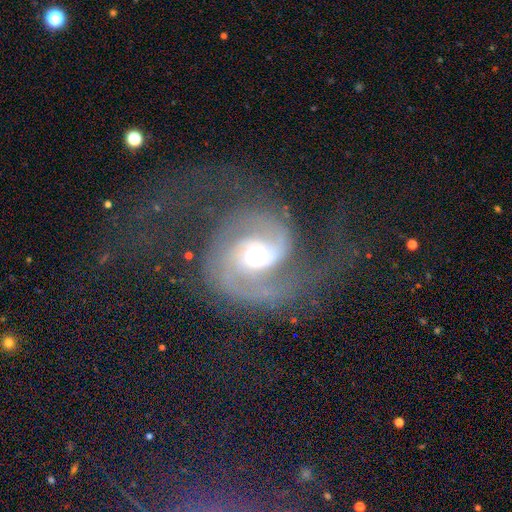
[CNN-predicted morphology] Smooth or featured? Predicted: featured or disk (p=0.88). Edge-on disk? Predicted: no (p=0.98). Bar? Predicted: no (p=0.52). Spiral arms? Predicted: yes (p=0.97). Spiral winding? Predicted: medium (p=0.52). Spiral arm count? Predicted: 2 (p=0.82). Bulge size? Predicted: moderate (p=0.61). Merging? Predicted: none (p=0.65).